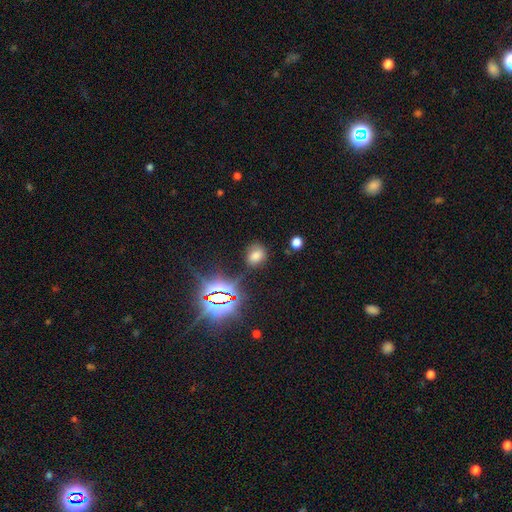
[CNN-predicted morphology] A smooth galaxy with no disk features (63%) that is round (52%). Merging: none (74%).